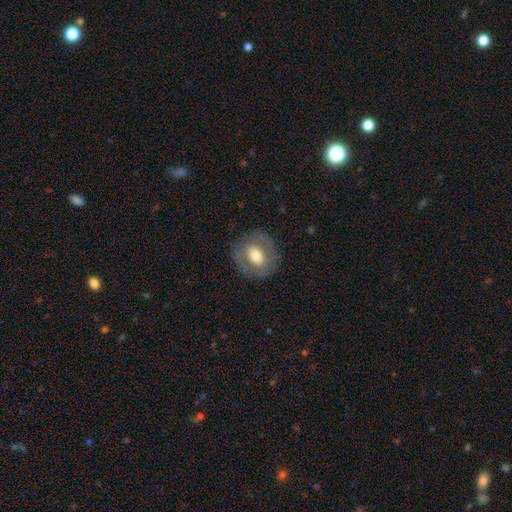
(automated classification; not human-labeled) smooth_or_featured: smooth (p=0.50) [alt: featured or disk p=0.43]
merging: none (p=0.78) [alt: minor disturbance p=0.14]